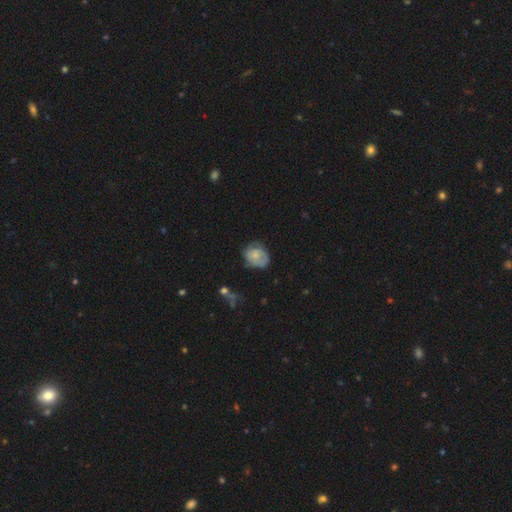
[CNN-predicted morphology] smooth 54%, featured or disk 38%, star or artifact 8%. Down the decision tree: how rounded — round (56%); merging — none (54%).